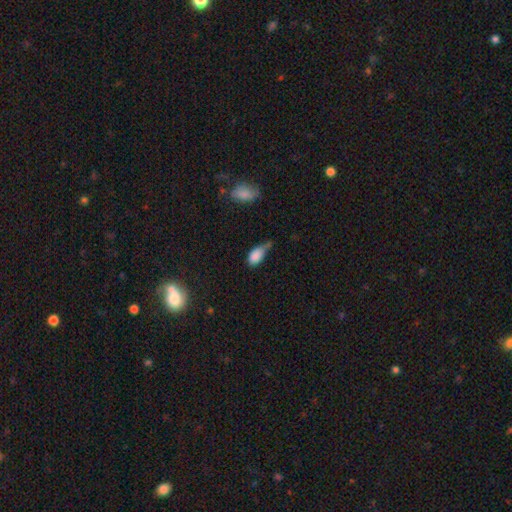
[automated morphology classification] Q: Smooth or featured?
A: smooth (84%); runner-up: star or artifact (8%)
Q: How rounded?
A: in between (90%); runner-up: round (6%)
Q: Merging?
A: minor disturbance (42%); runner-up: none (28%)